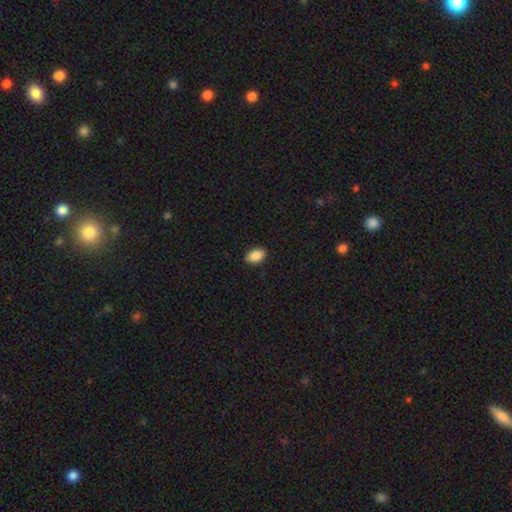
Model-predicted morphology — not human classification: Smooth or featured: smooth — 88% (star or artifact — 8%)
How rounded: in between — 89% (round — 10%)
Merging: none — 89% (minor disturbance — 8%)